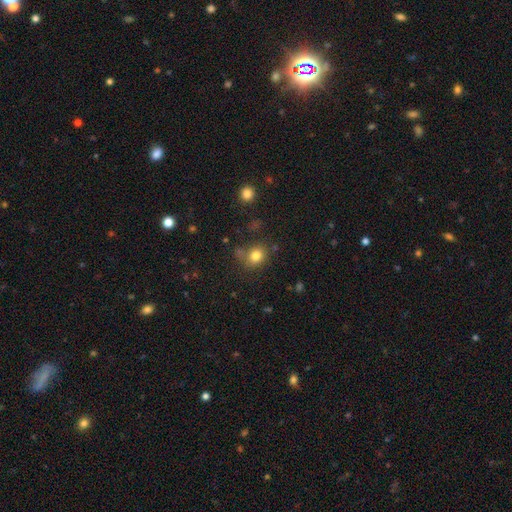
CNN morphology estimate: This appears to be a smooth galaxy with no disk features (80%) that is round (68%). Merging: none (72%).